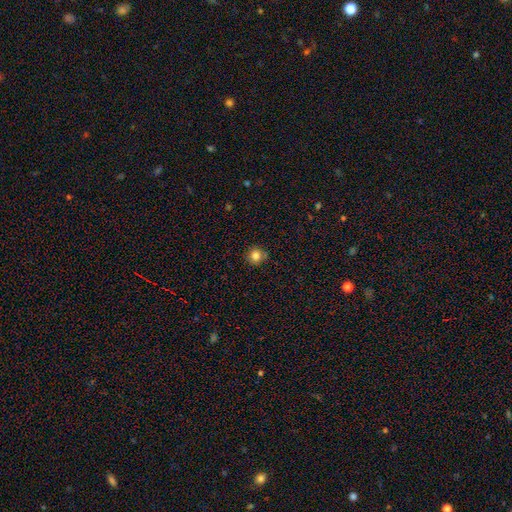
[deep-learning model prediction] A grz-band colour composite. It shows a smooth galaxy with no disk features (82%) that is round (92%). Merging: none (83%).